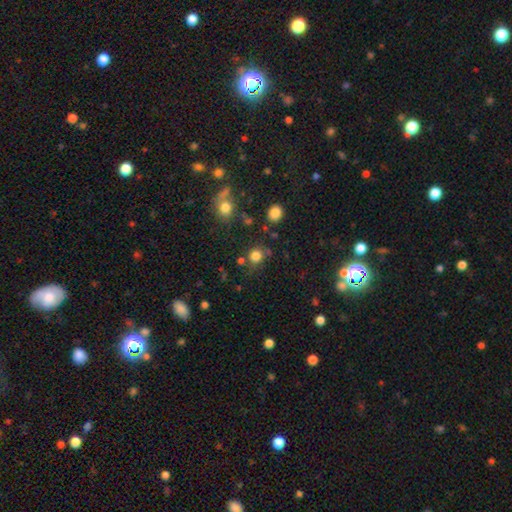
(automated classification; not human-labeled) This appears to be a smooth galaxy with no disk features (80%) that is round (83%). Merging: none (72%).